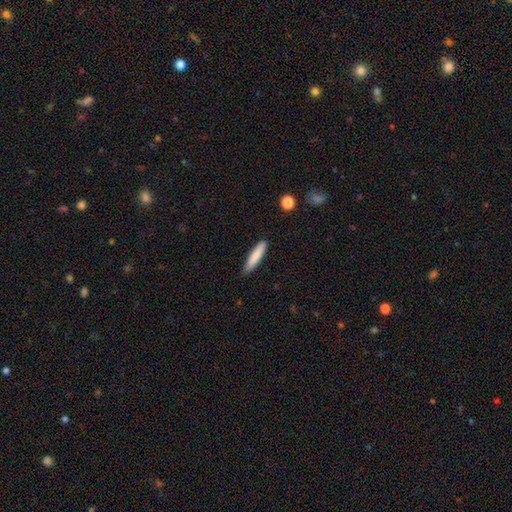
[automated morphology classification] Smooth or featured: smooth — 81% (featured or disk — 13%)
How rounded: cigar-shaped — 86% (in between — 13%)
Merging: none — 81% (minor disturbance — 15%)